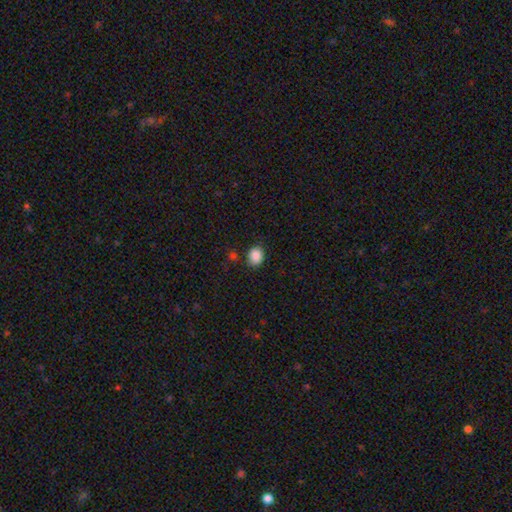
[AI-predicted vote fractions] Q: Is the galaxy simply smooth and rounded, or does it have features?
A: smooth — 88%.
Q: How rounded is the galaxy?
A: round — 51%.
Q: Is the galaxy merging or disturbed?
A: none — 80%.